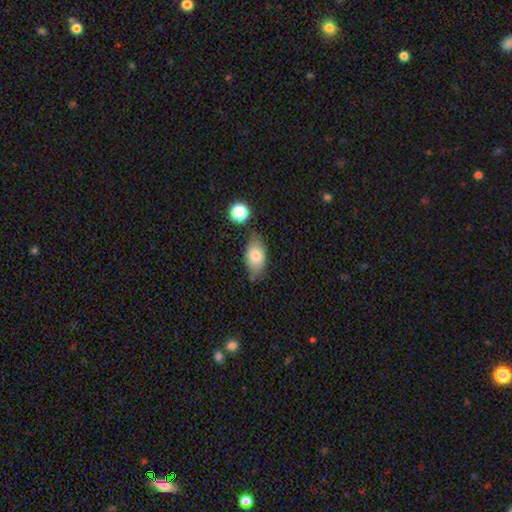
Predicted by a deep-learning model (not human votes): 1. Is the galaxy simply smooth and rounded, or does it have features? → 76% smooth, 15% featured or disk, 8% star or artifact.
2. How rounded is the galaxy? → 88% in between, 8% round, 3% cigar-shaped.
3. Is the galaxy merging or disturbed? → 67% none, 22% minor disturbance, 6% merger, 5% major disturbance.